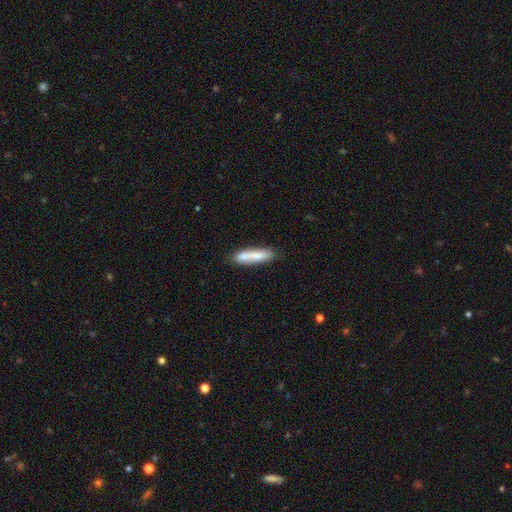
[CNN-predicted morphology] type=smooth (74%); roundness=cigar-shaped (75%); merging=none (67%).